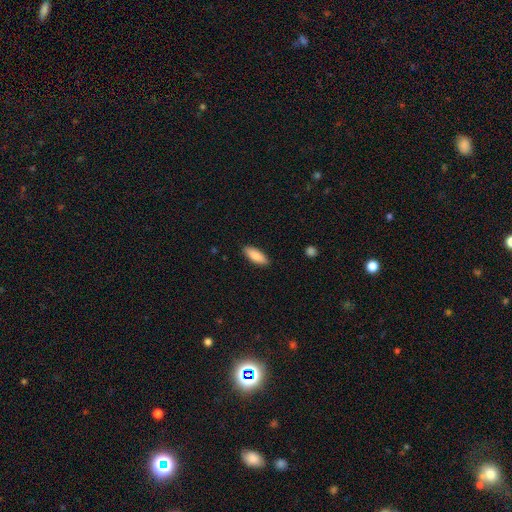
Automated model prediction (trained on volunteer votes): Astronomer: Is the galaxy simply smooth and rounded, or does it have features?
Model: smooth — 85%.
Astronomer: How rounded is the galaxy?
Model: in between — 70%.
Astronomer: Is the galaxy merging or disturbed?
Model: none — 88%.